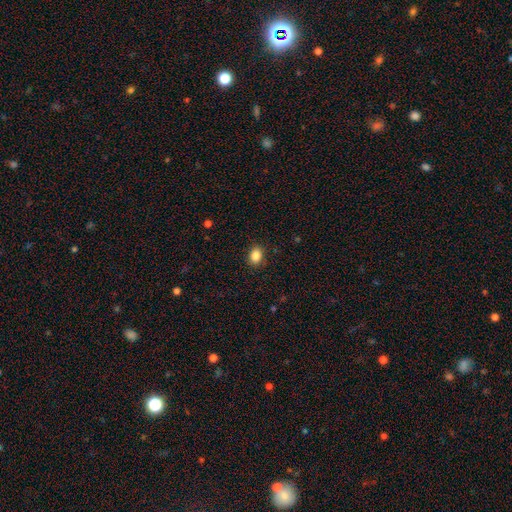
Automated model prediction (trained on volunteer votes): Q: Smooth or featured?
A: smooth (87%); runner-up: star or artifact (9%)
Q: How rounded?
A: in between (66%); runner-up: round (33%)
Q: Merging?
A: none (88%); runner-up: minor disturbance (9%)